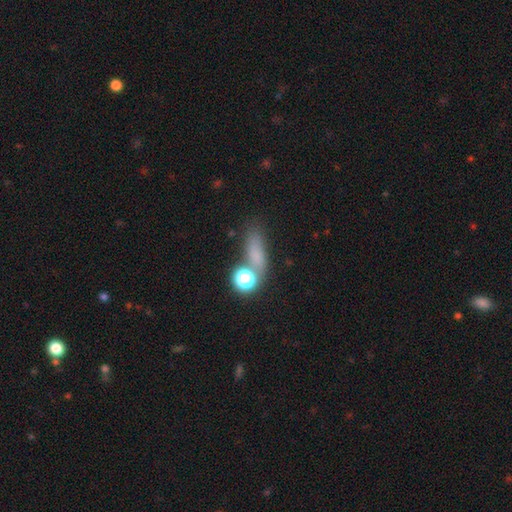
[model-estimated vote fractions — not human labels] smooth-or-featured: smooth: 67% | star or artifact: 21% | featured or disk: 12%
  how-rounded: in between: 47% | cigar-shaped: 32% | round: 21%
  merging: none: 53% | merger: 19% | minor disturbance: 17% | major disturbance: 11%